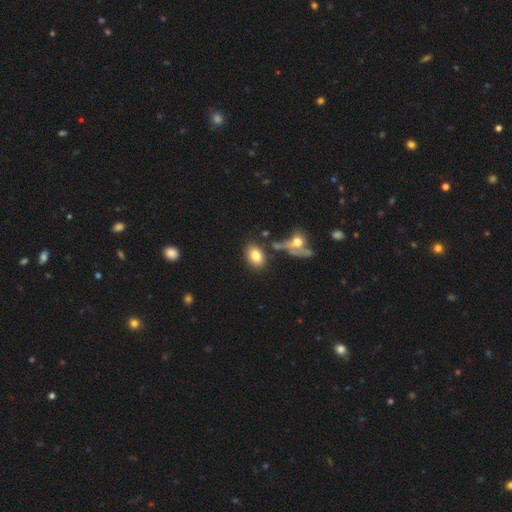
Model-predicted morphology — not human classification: Q: Smooth or featured?
A: smooth (79%); runner-up: featured or disk (12%)
Q: How rounded?
A: in between (80%); runner-up: round (18%)
Q: Merging?
A: none (70%); runner-up: merger (13%)